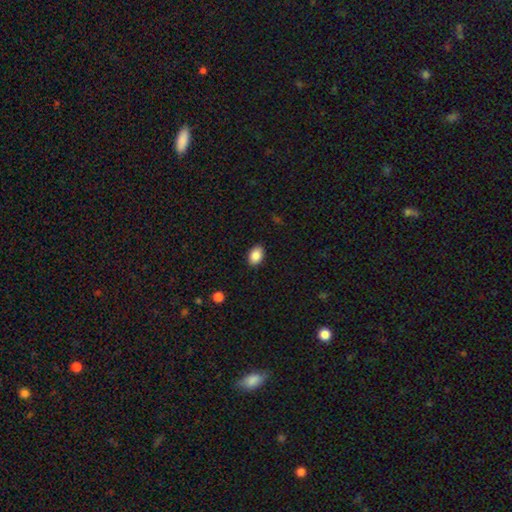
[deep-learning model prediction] A smooth galaxy with no disk features (88%) that is in between round and cigar-shaped (86%).

Vote fractions:
- Smooth or featured? smooth: 88% / star or artifact: 8% / featured or disk: 4%
- How rounded? in between: 86% / round: 13% / cigar-shaped: 1%
- Merging? none: 88% / minor disturbance: 9% / major disturbance: 2% / merger: 1%